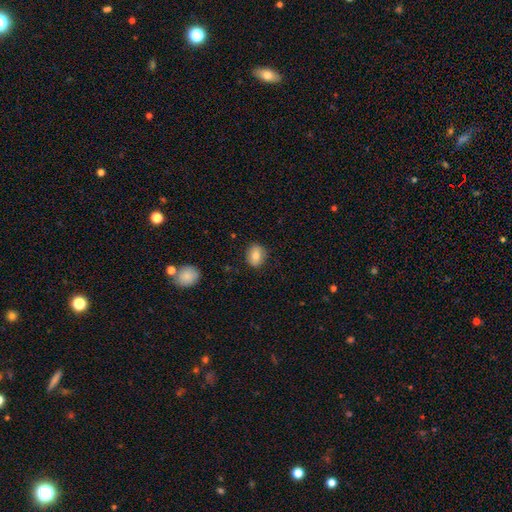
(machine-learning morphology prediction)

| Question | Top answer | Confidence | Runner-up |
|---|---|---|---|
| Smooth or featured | smooth | 80% | featured or disk (12%) |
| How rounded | round | 51% | in between (48%) |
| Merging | none | 86% | minor disturbance (10%) |